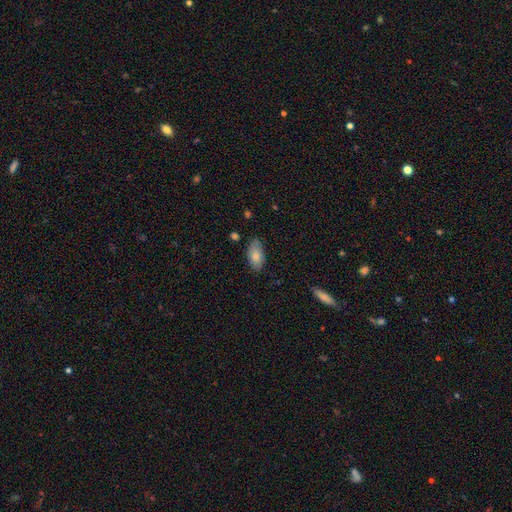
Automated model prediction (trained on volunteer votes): Morphology: type=smooth (82%); roundness=in between (93%); merging=none (75%).